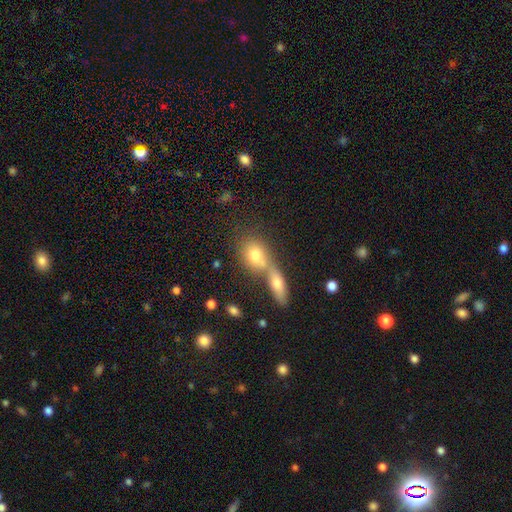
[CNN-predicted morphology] Smooth or featured? Predicted: smooth (p=0.73). How rounded? Predicted: in between (p=0.57). Merging? Predicted: merger (p=0.55).